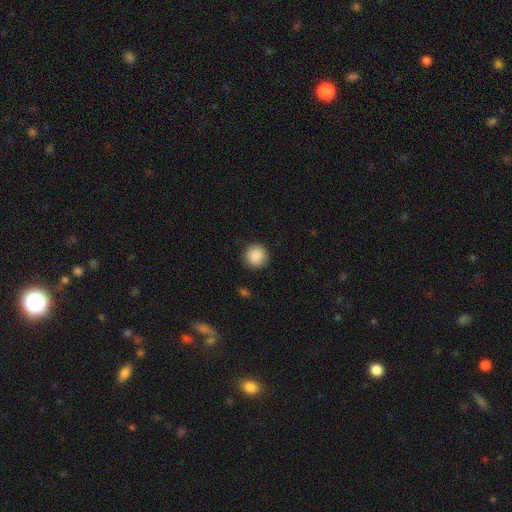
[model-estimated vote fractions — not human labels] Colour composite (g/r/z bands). It shows a smooth galaxy with no disk features (89%) that is round (95%). Merging: none (90%).